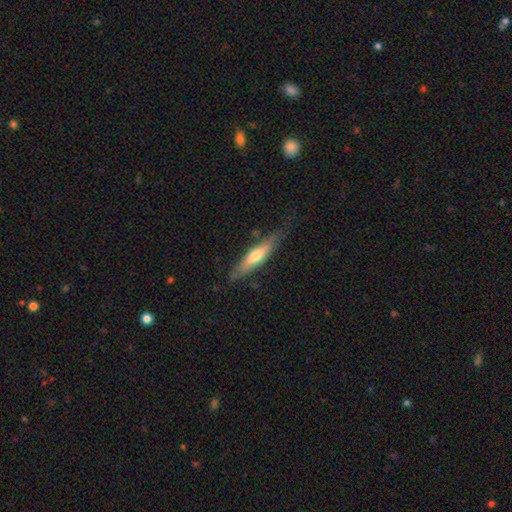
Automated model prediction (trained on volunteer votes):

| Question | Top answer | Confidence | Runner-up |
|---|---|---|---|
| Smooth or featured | smooth | 50% | featured or disk (45%) |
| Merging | none | 74% | minor disturbance (19%) |